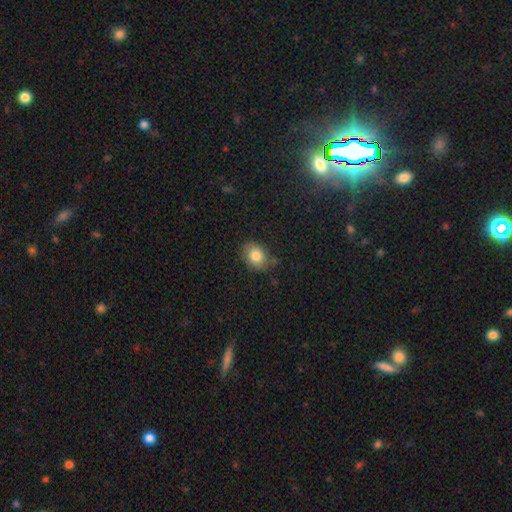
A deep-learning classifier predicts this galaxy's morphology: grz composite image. It shows a smooth galaxy with no disk features (82%) that is in between round and cigar-shaped (66%). Merging: none (77%).